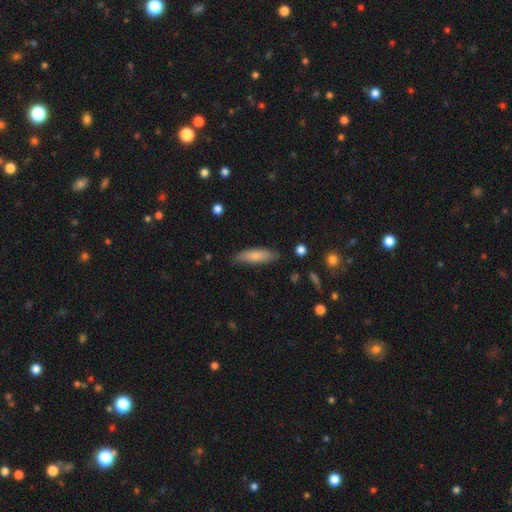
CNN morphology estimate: A smooth galaxy with no disk features (76%) that is cigar-shaped (55%).

Vote fractions:
- Smooth or featured? smooth: 76% / featured or disk: 18% / star or artifact: 6%
- How rounded? cigar-shaped: 55% / in between: 43% / round: 2%
- Merging? none: 80% / minor disturbance: 16% / major disturbance: 3% / merger: 2%